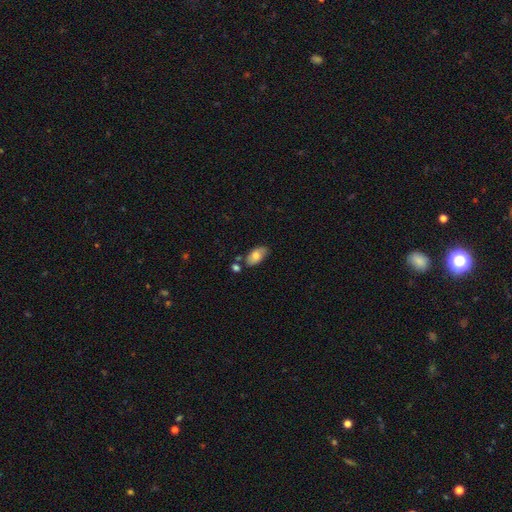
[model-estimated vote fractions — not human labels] This is likely a smooth galaxy (73%). How rounded: clearly in between (93%). Merging: likely none (71%).